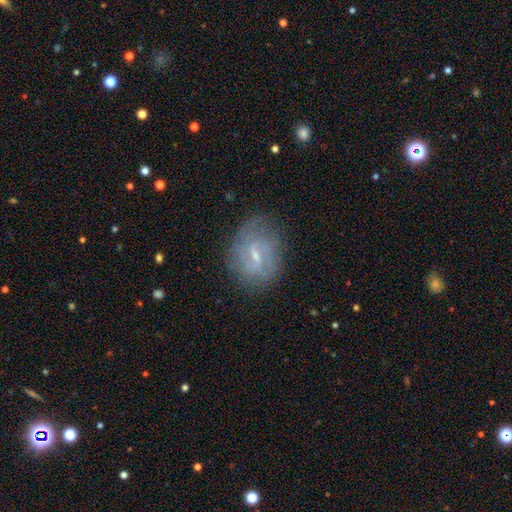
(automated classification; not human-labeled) Smooth or featured?
  - featured or disk: 71% *
  - smooth: 20%
  - star or artifact: 9%
Edge-on disk?
  - no: 95% *
  - yes: 5%
Bar?
  - weak: 57% *
  - strong: 29%
  - no: 14%
Spiral arms?
  - yes: 77% *
  - no: 23%
Spiral winding?
  - medium: 40% *
  - tight: 34%
  - loose: 26%
Spiral arm count?
  - 2: 51% *
  - can't tell: 32%
  - 3: 7%
  - 1: 5%
  - 4: 3%
  - more than 4: 2%
Bulge size?
  - small: 61% *
  - moderate: 25%
  - none: 11%
  - large: 1%
  - dominant: 1%
Merging?
  - none: 70% *
  - minor disturbance: 19%
  - major disturbance: 9%
  - merger: 2%